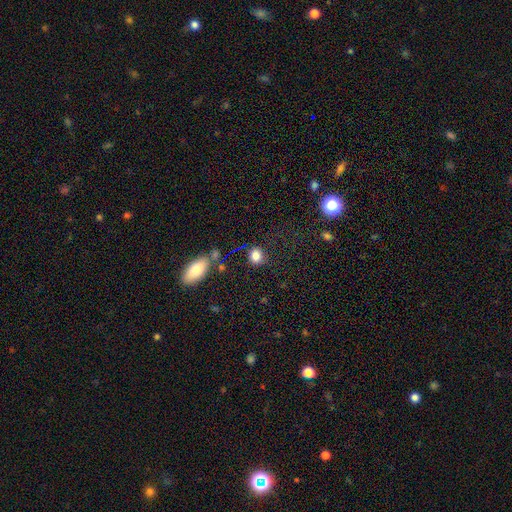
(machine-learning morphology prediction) Overall: smooth (83%). How rounded: round (69%; in between 30%). Merging: none (75%).